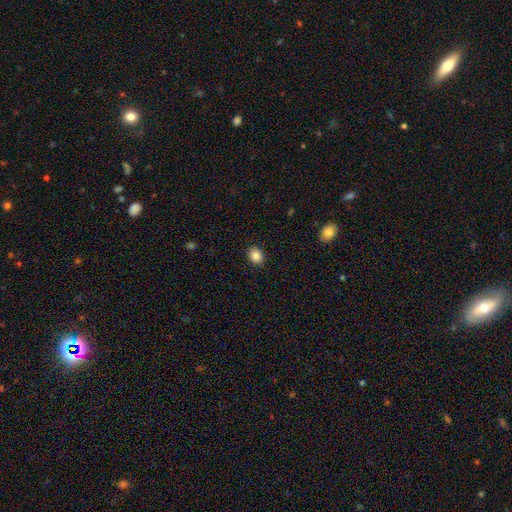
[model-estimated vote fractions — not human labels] Smooth or featured?
  - smooth: 87% *
  - star or artifact: 9%
  - featured or disk: 4%
How rounded?
  - round: 52% *
  - in between: 47%
  - cigar-shaped: 1%
Merging?
  - none: 89% *
  - minor disturbance: 8%
  - major disturbance: 2%
  - merger: 1%